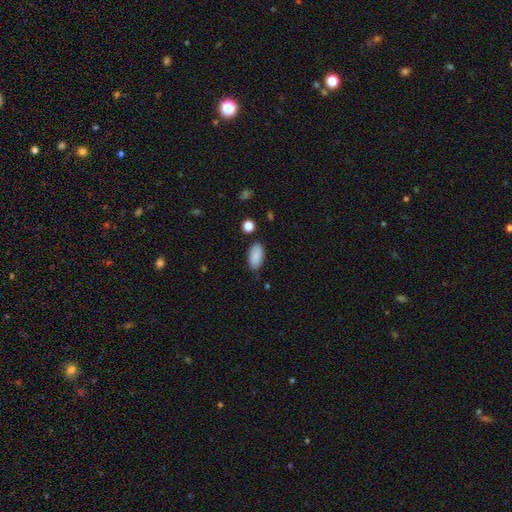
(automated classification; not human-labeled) This appears to be a smooth galaxy with no disk features (89%) that is in between round and cigar-shaped (93%). Merging: none (80%).